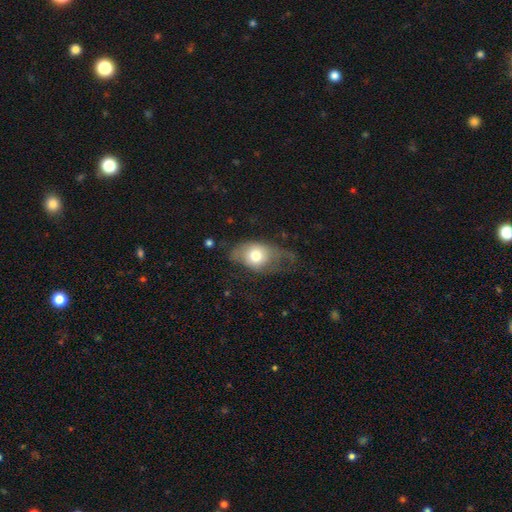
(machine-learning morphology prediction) Smooth or featured? smooth (69%)
How rounded? in between (75%)
Merging? major disturbance (37%)